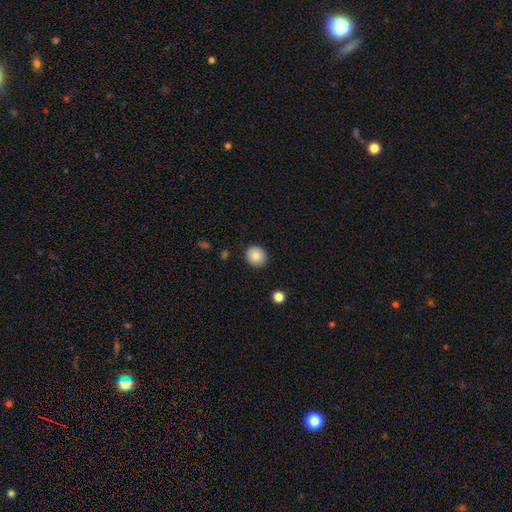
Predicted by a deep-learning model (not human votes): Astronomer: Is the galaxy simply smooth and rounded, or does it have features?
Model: smooth — 85%.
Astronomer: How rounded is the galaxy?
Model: round — 81%.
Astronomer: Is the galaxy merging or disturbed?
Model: none — 90%.